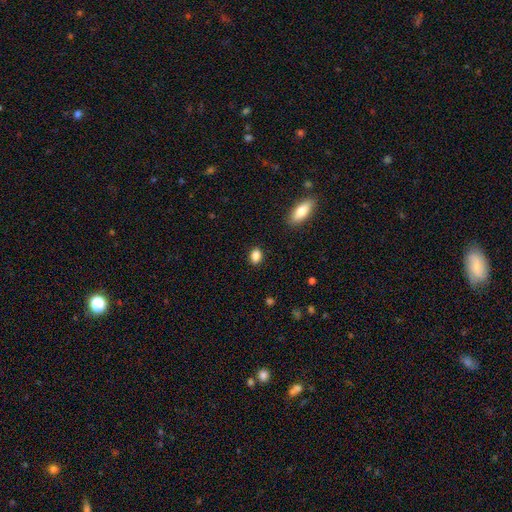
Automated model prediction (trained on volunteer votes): This appears to be a smooth galaxy with no disk features (87%) that is in between round and cigar-shaped (74%). Merging: none (89%).